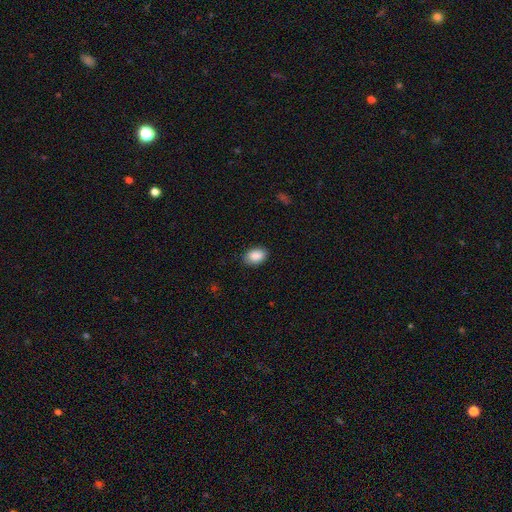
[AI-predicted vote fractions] This is clearly a smooth galaxy (89%). How rounded: clearly in between (87%). Merging: clearly none (86%).